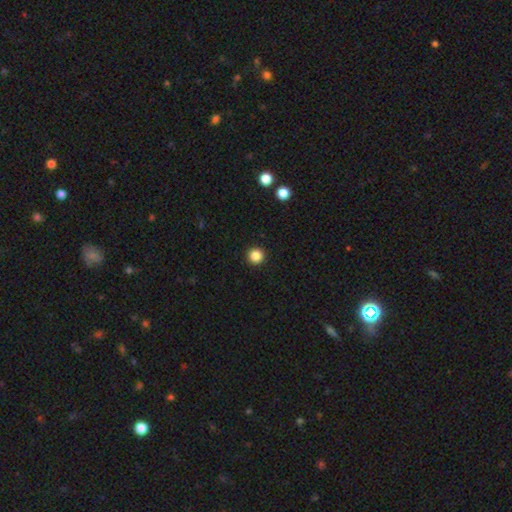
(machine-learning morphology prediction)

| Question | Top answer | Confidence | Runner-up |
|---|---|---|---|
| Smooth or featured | smooth | 85% | star or artifact (11%) |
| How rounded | round | 96% | in between (3%) |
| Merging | none | 94% | minor disturbance (4%) |